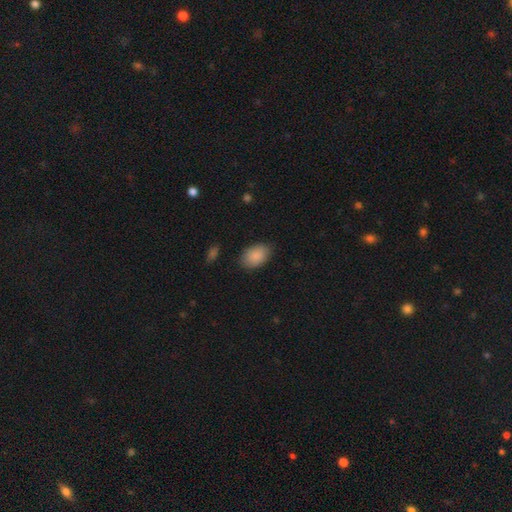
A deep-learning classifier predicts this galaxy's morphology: Q: Smooth or featured?
A: smooth (89%); runner-up: star or artifact (7%)
Q: How rounded?
A: in between (88%); runner-up: round (11%)
Q: Merging?
A: none (83%); runner-up: minor disturbance (13%)